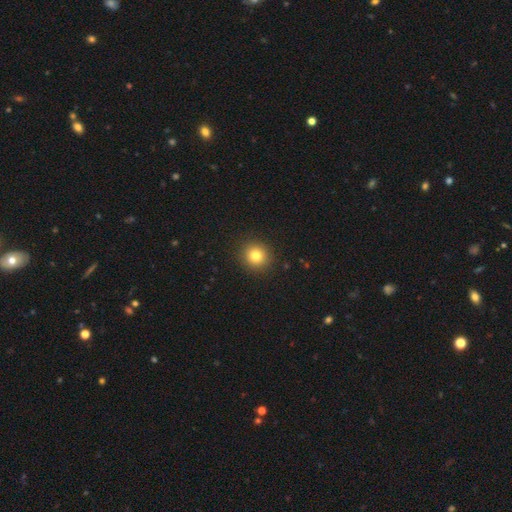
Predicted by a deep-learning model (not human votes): Smooth or featured: smooth — 80% (star or artifact — 12%)
How rounded: round — 92% (in between — 7%)
Merging: none — 92% (minor disturbance — 5%)